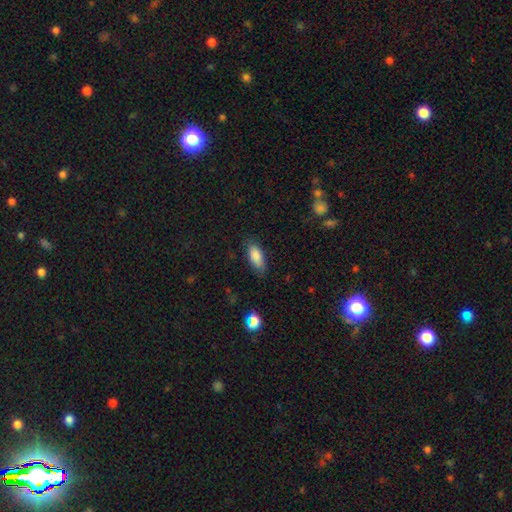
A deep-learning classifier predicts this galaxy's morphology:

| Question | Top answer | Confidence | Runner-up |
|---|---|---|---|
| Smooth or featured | smooth | 85% | featured or disk (8%) |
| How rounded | in between | 83% | cigar-shaped (14%) |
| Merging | none | 77% | minor disturbance (18%) |